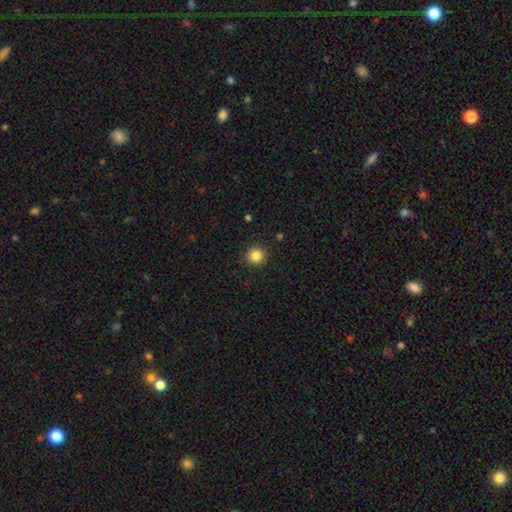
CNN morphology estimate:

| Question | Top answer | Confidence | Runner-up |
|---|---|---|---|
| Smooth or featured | smooth | 84% | star or artifact (11%) |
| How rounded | round | 94% | in between (5%) |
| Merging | none | 91% | minor disturbance (6%) |